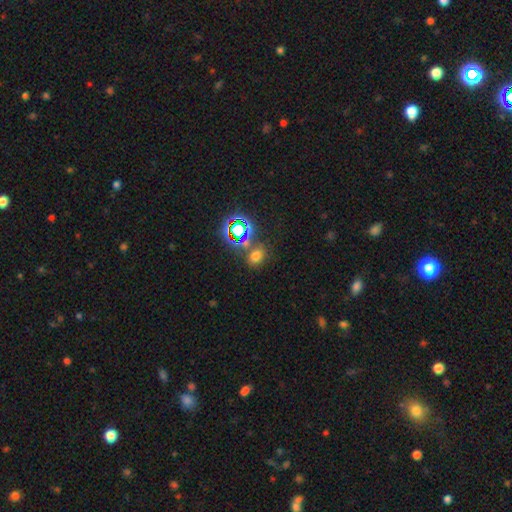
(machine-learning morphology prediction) A smooth galaxy with no disk features (62%) that is in between round and cigar-shaped (55%).

Vote fractions:
- Smooth or featured? smooth: 62% / star or artifact: 30% / featured or disk: 8%
- How rounded? in between: 55% / round: 44% / cigar-shaped: 1%
- Merging? none: 68% / merger: 15% / minor disturbance: 12% / major disturbance: 5%